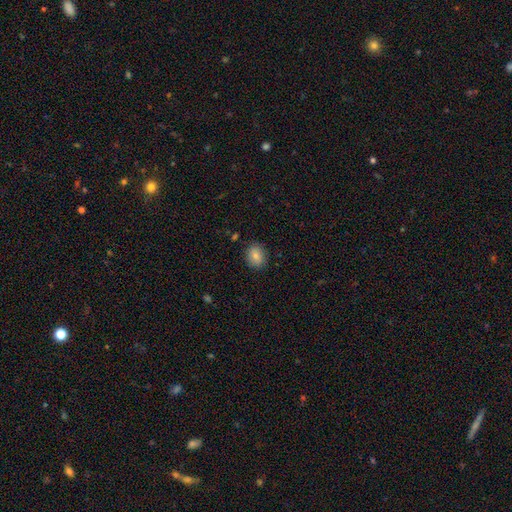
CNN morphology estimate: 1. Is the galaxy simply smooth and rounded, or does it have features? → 81% smooth, 10% featured or disk, 9% star or artifact.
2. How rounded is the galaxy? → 58% round, 41% in between, 1% cigar-shaped.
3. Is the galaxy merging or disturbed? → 87% none, 10% minor disturbance, 2% major disturbance, 1% merger.